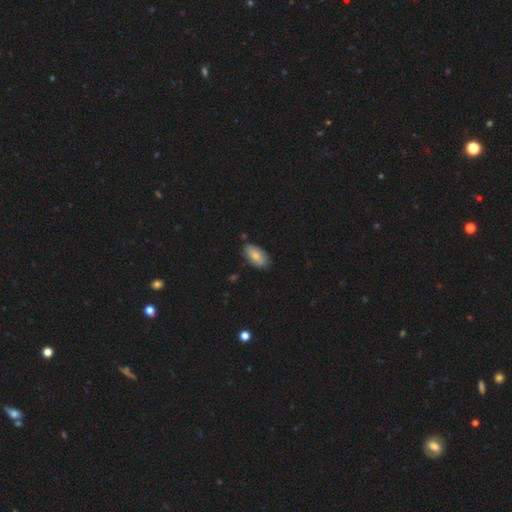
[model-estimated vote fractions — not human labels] Smooth or featured?
  - smooth: 80% *
  - featured or disk: 14%
  - star or artifact: 6%
How rounded?
  - in between: 94% *
  - cigar-shaped: 3%
  - round: 3%
Merging?
  - none: 76% *
  - minor disturbance: 19%
  - major disturbance: 3%
  - merger: 2%